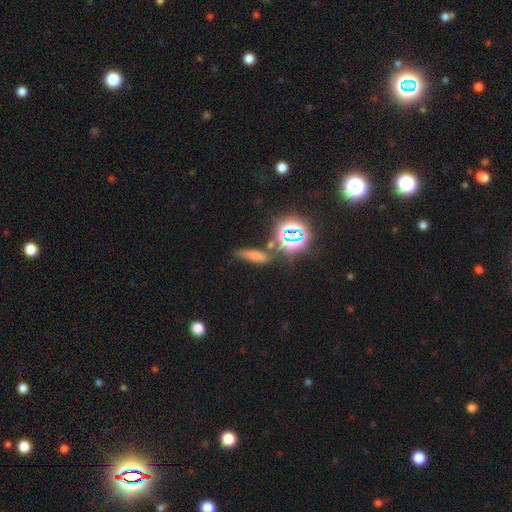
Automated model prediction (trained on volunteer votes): Smooth or featured? Predicted: smooth (p=0.59). How rounded? Predicted: cigar-shaped (p=0.46). Merging? Predicted: none (p=0.61).